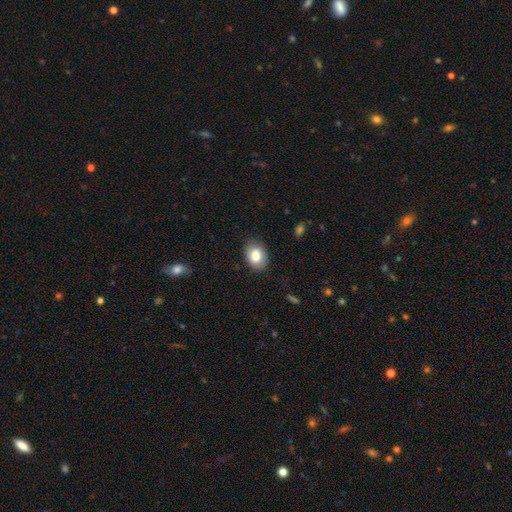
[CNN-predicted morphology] The model was most divided on "how rounded": in between: 75%, round: 24%, cigar-shaped: 1%. More confident: smooth or featured — smooth (83%); merging — none (80%).